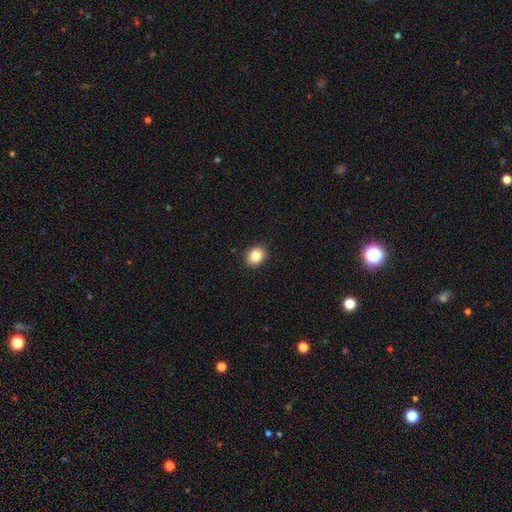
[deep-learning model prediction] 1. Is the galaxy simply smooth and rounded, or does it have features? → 85% smooth, 9% star or artifact, 6% featured or disk.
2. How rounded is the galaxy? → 62% round, 37% in between, 1% cigar-shaped.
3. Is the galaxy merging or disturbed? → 91% none, 6% minor disturbance, 2% major disturbance, 1% merger.